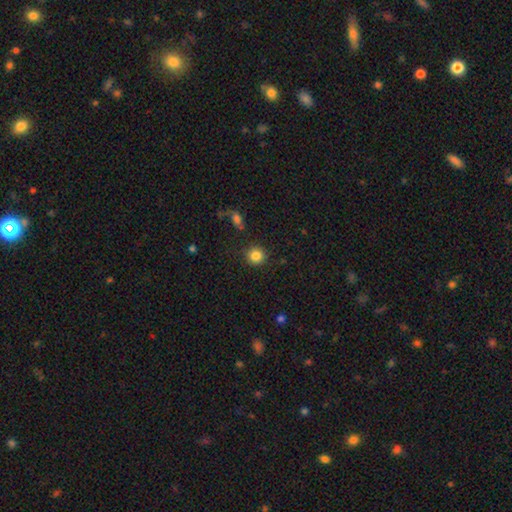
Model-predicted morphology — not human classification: The model was most divided on "smooth or featured": smooth: 85%, star or artifact: 10%, featured or disk: 6%. More confident: how rounded — round (91%); merging — none (89%).